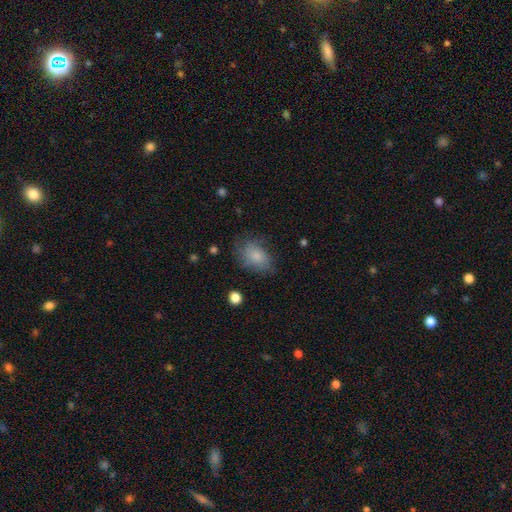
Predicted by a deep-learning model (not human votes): Morphology: type=smooth (67%); roundness=in between (81%); merging=none (60%).